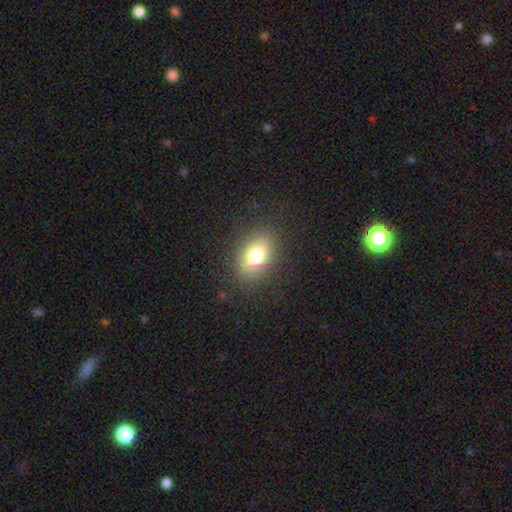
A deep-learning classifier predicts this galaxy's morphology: Overall: smooth (76%). How rounded: in between (78%). Merging: none (84%).